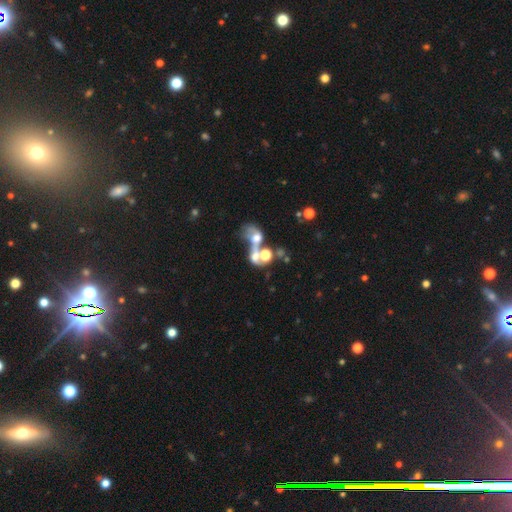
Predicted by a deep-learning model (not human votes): smooth 43%, featured or disk 37%, star or artifact 20%. Down the decision tree: merging — merger (63%).